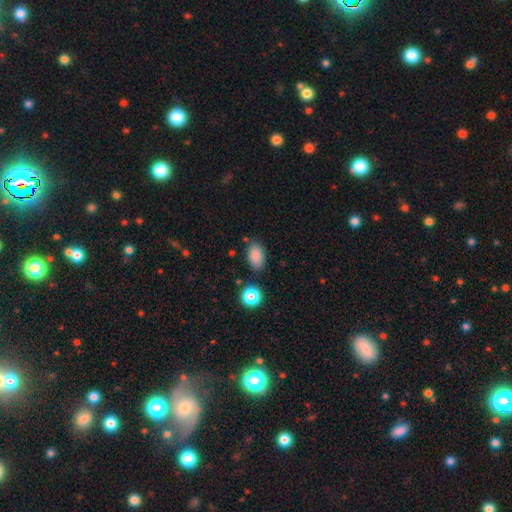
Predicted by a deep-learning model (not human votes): smooth 86%, star or artifact 9%, featured or disk 5%. Down the decision tree: how rounded — in between (89%); merging — none (78%).